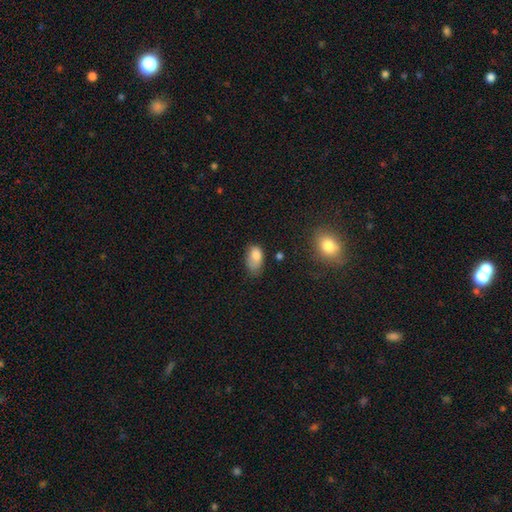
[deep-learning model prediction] smooth 81%, featured or disk 10%, star or artifact 9%. Down the decision tree: how rounded — in between (90%); merging — minor disturbance (40%).